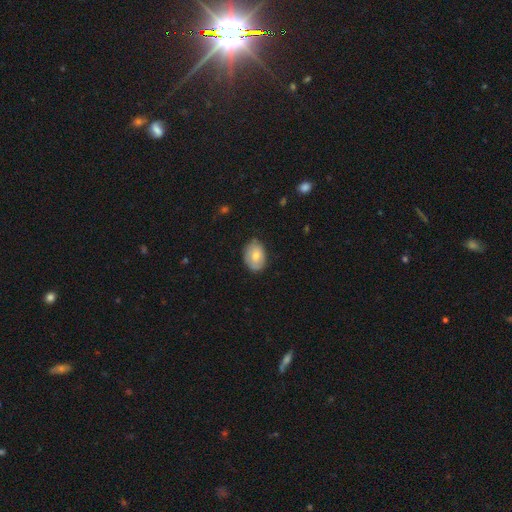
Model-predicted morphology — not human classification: Q: Smooth or featured?
A: smooth (69%); runner-up: featured or disk (25%)
Q: How rounded?
A: in between (76%); runner-up: round (23%)
Q: Merging?
A: none (74%); runner-up: minor disturbance (22%)